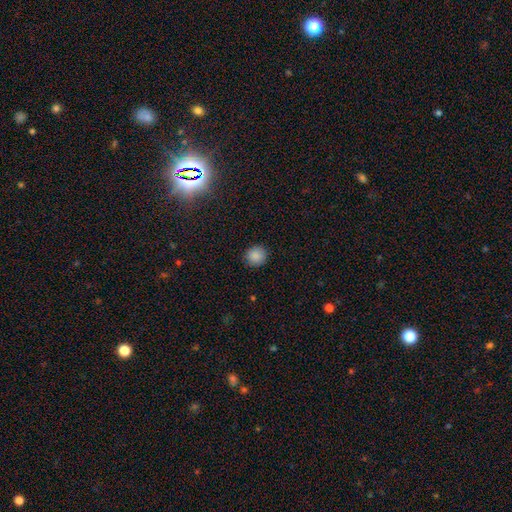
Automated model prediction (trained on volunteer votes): Morphology: type=smooth (87%); roundness=round (89%); merging=none (90%).